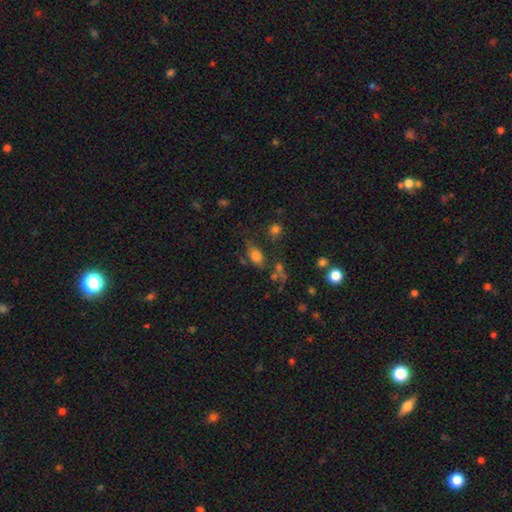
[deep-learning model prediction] smooth-or-featured: smooth: 74% | star or artifact: 15% | featured or disk: 11%
  how-rounded: in between: 78% | round: 18% | cigar-shaped: 4%
  merging: none: 56% | minor disturbance: 20% | merger: 12% | major disturbance: 12%